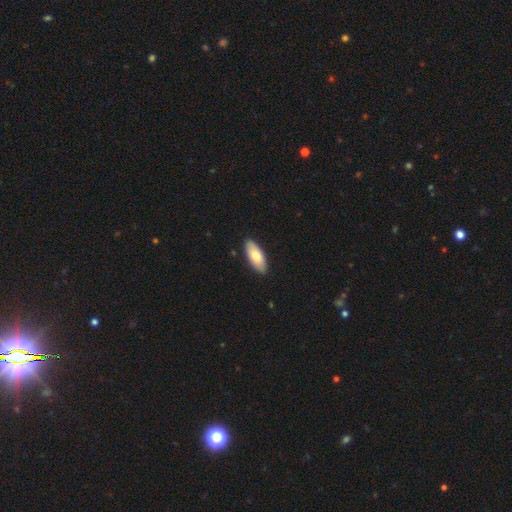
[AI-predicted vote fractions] This appears to be a smooth galaxy with no disk features (78%) that is in between round and cigar-shaped (83%). Merging: none (89%).